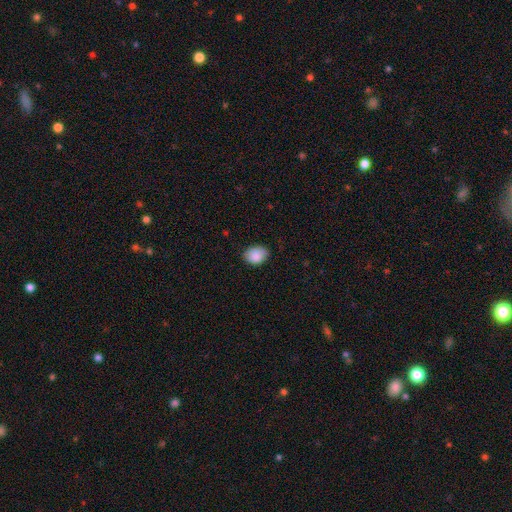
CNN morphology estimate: This appears to be a smooth galaxy with no disk features (88%) that is in between round and cigar-shaped (66%). Merging: none (77%).